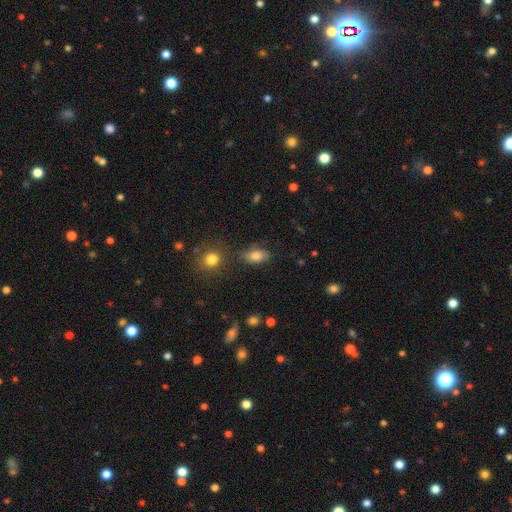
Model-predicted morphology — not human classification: smooth 80%, star or artifact 10%, featured or disk 10%. Down the decision tree: how rounded — in between (87%); merging — none (68%).